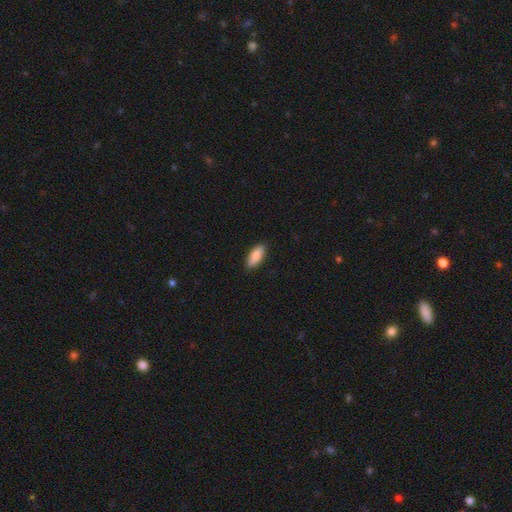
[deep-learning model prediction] Q: Smooth or featured?
A: smooth (86%); runner-up: featured or disk (8%)
Q: How rounded?
A: in between (81%); runner-up: cigar-shaped (17%)
Q: Merging?
A: none (89%); runner-up: minor disturbance (8%)